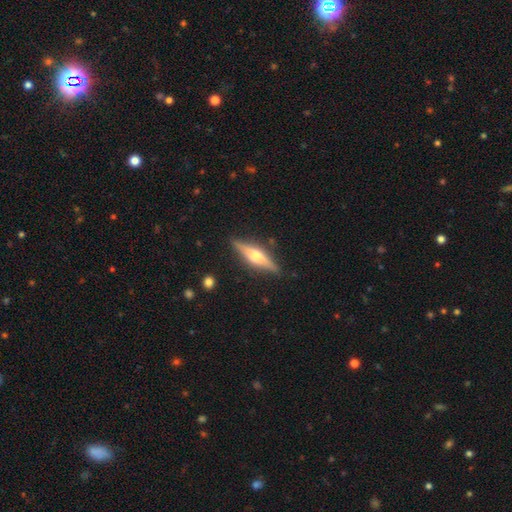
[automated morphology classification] Smooth or featured? Predicted: featured or disk (p=0.70). Edge-on disk? Predicted: yes (p=0.96). Edge-on bulge? Predicted: rounded (p=0.88). Merging? Predicted: none (p=0.87).